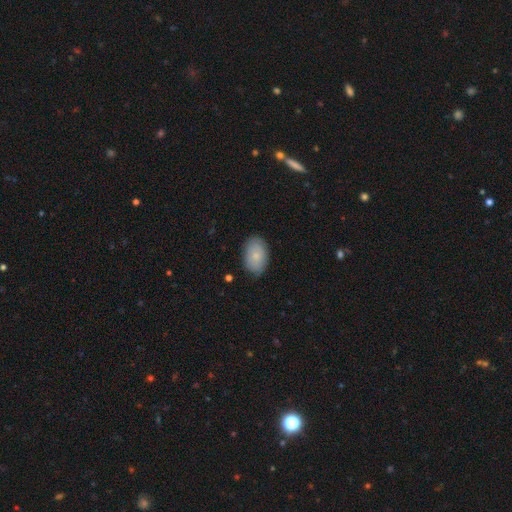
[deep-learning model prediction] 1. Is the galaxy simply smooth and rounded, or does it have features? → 78% smooth, 15% featured or disk, 6% star or artifact.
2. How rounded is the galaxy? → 90% in between, 9% round, 1% cigar-shaped.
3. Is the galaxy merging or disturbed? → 84% none, 13% minor disturbance, 3% major disturbance, 1% merger.